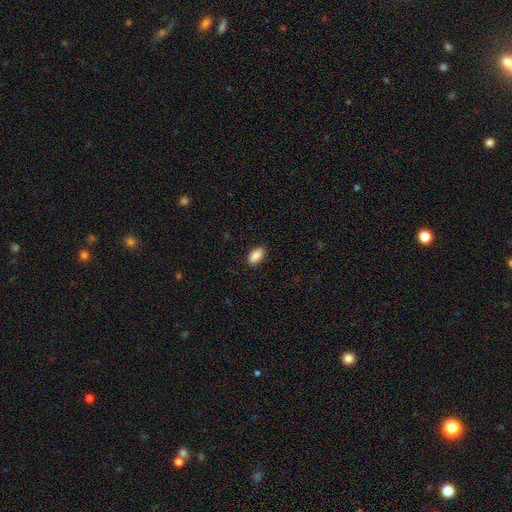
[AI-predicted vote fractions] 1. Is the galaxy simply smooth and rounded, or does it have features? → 89% smooth, 7% star or artifact, 4% featured or disk.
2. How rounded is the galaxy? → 90% in between, 7% cigar-shaped, 3% round.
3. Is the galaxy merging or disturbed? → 87% none, 10% minor disturbance, 2% major disturbance, 1% merger.